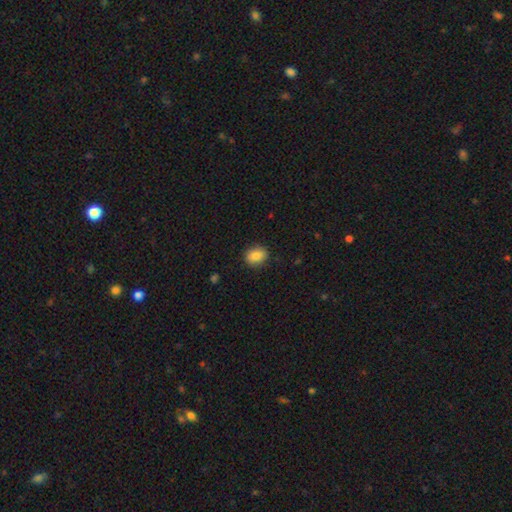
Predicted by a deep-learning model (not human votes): This appears to be a smooth galaxy with no disk features (86%) that is round (51%). Merging: none (87%).